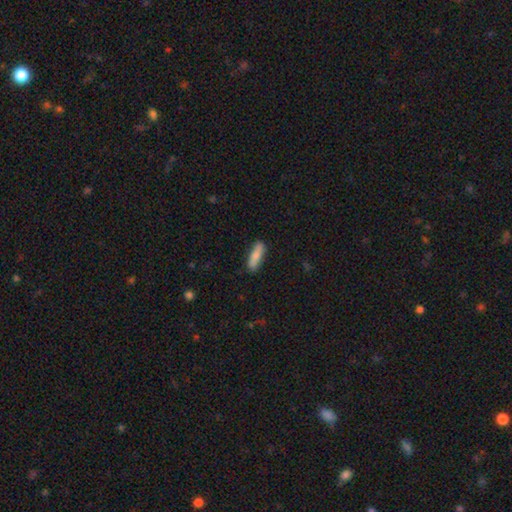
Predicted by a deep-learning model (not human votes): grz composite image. It shows a smooth galaxy with no disk features (76%) that is cigar-shaped (59%). Merging: none (85%).